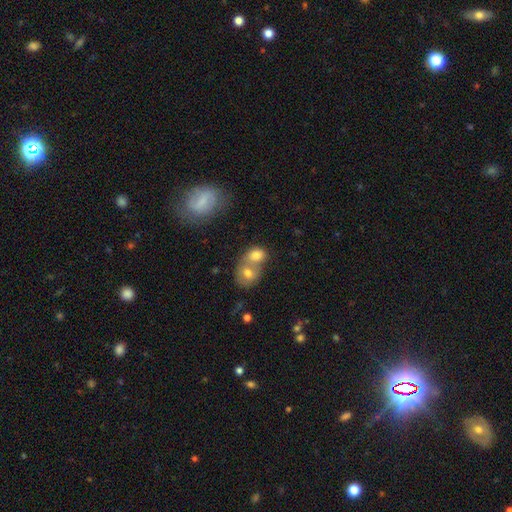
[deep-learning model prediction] This appears to be a smooth galaxy with no disk features (76%) that is round (55%). Merging: merger (65%).